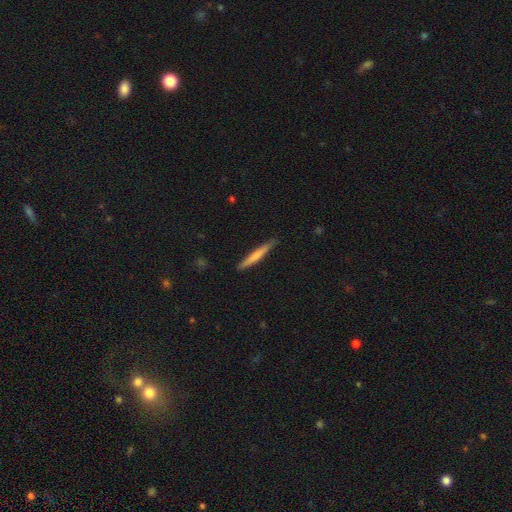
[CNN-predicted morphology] A smooth galaxy with no disk features (65%) that is cigar-shaped (96%). Merging: none (87%).